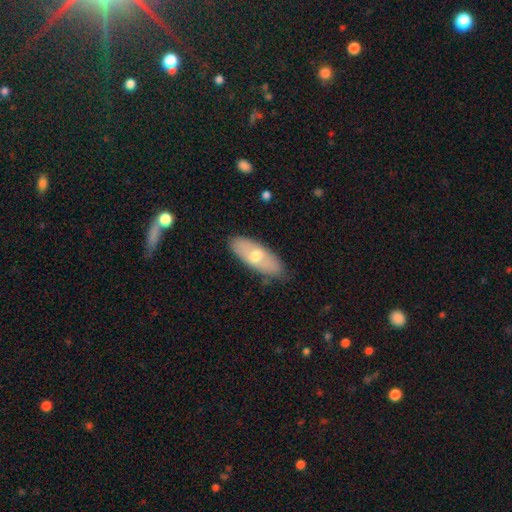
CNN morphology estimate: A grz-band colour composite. It shows a smooth galaxy with no disk features (58%) that is in between round and cigar-shaped (76%). Merging: none (81%).